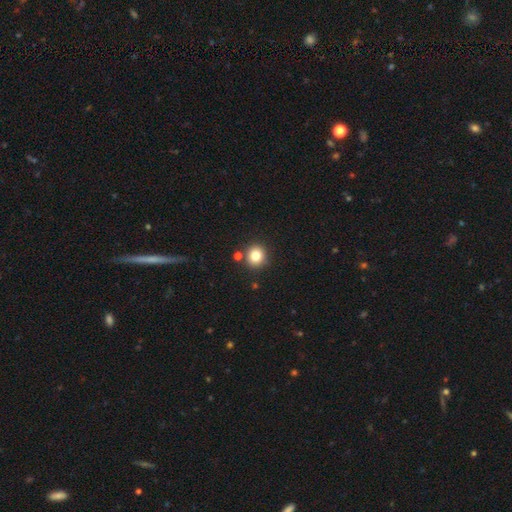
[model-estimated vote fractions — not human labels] Q: Smooth or featured?
A: smooth (80%); runner-up: star or artifact (12%)
Q: How rounded?
A: round (90%); runner-up: in between (9%)
Q: Merging?
A: none (85%); runner-up: minor disturbance (7%)